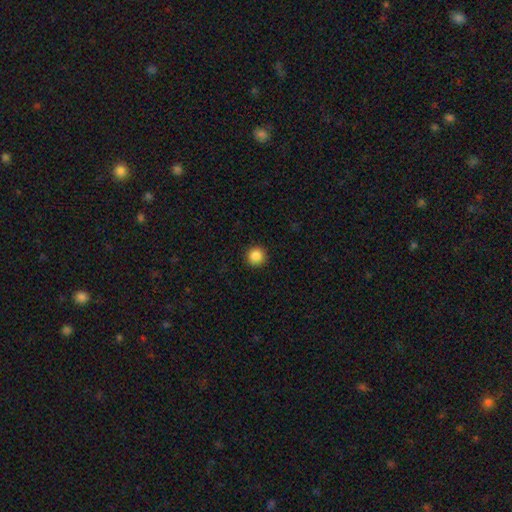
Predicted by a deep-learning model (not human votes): Morphology: type=smooth (87%); roundness=round (95%); merging=none (92%).